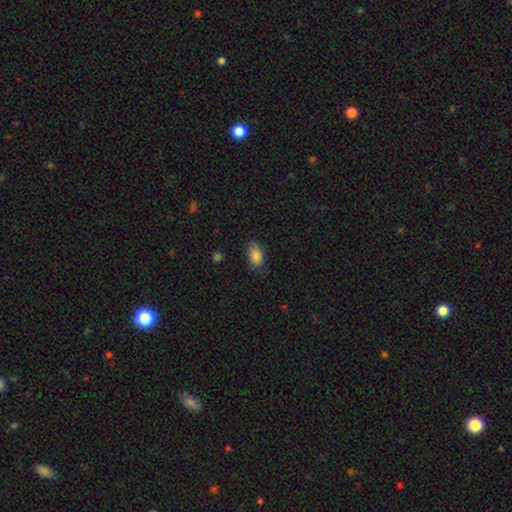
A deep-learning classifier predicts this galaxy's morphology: Q: Smooth or featured?
A: smooth (85%); runner-up: star or artifact (8%)
Q: How rounded?
A: in between (90%); runner-up: round (8%)
Q: Merging?
A: none (77%); runner-up: minor disturbance (18%)